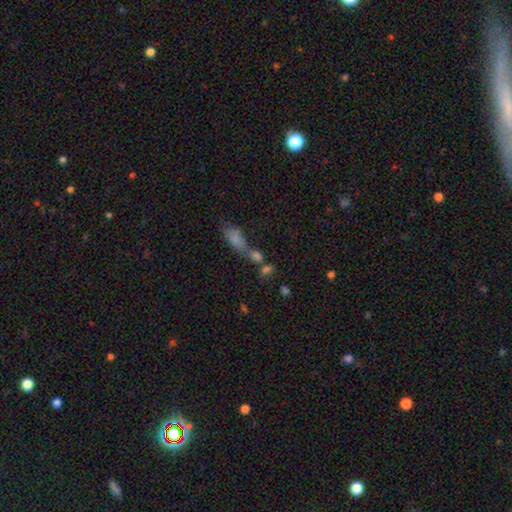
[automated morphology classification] A smooth galaxy with no disk features (56%) that is in between round and cigar-shaped (57%). Merging: merger (45%).